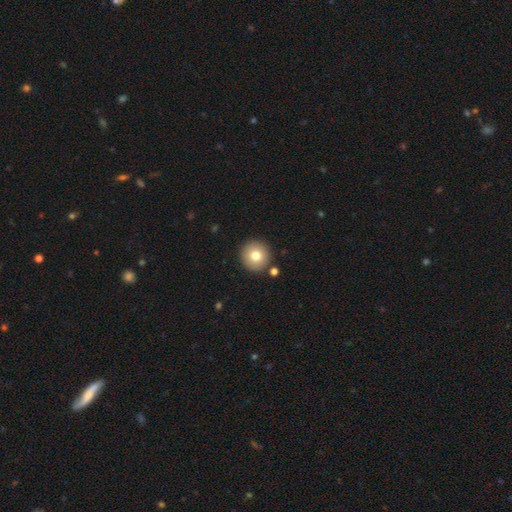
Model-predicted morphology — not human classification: Overall: smooth (78%). How rounded: round (94%). Merging: none (88%).